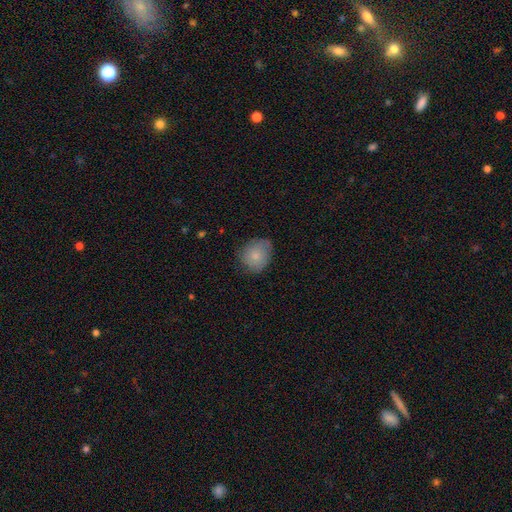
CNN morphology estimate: smooth 78%, featured or disk 15%, star or artifact 7%. Down the decision tree: how rounded — round (67%); merging — none (68%).